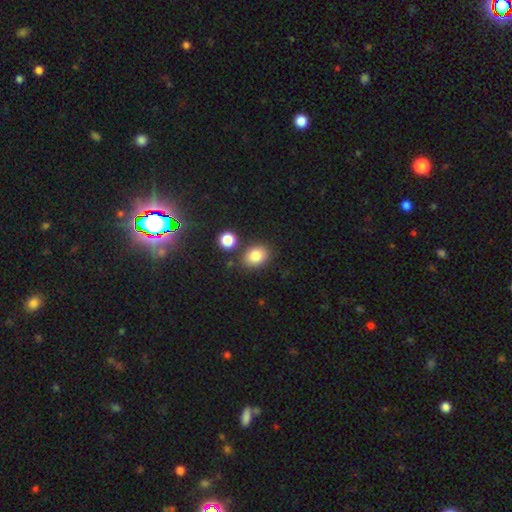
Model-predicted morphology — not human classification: This is clearly a smooth galaxy (83%). How rounded: likely in between (61%). Merging: likely none (78%).